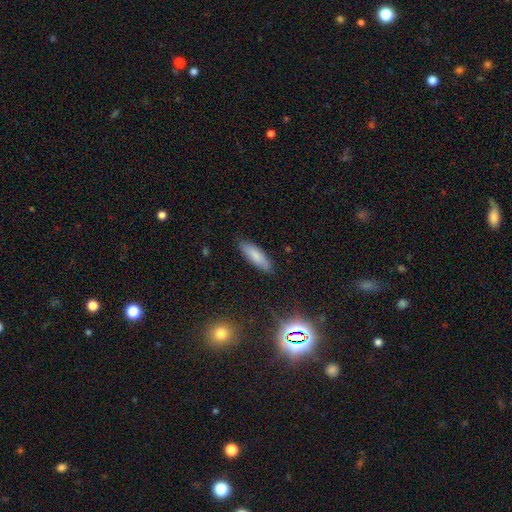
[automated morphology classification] smooth_or_featured: smooth (p=0.81) [alt: featured or disk p=0.11]
how_rounded: cigar-shaped (p=0.54) [alt: in between p=0.45]
merging: none (p=0.86) [alt: minor disturbance p=0.11]